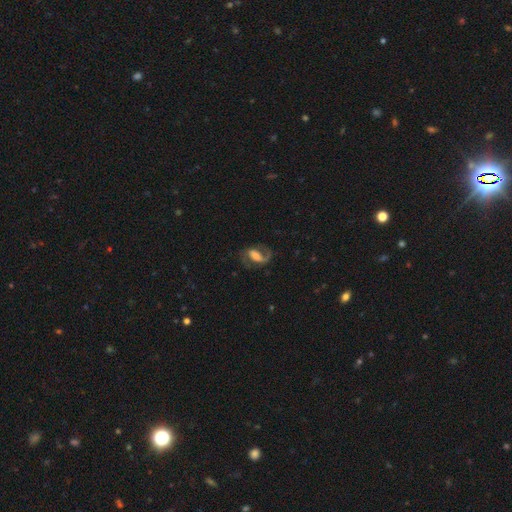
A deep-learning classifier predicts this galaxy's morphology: smooth-or-featured: featured or disk: 75% | smooth: 18% | star or artifact: 7%
  disk-edge-on: no: 96% | yes: 4%
    bar: weak: 40% | strong: 35% | no: 24%
    has-spiral-arms: yes: 92% | no: 8%
      spiral-winding: medium: 49% | loose: 38% | tight: 13%
      spiral-arm-count: 2: 75% | 1: 19% | can't tell: 3% | 3: 1% | 4: 1% | more than 4: 1%
    bulge-size: moderate: 31% | large: 29% | small: 20% | none: 16% | dominant: 4%
  merging: none: 62% | major disturbance: 19% | minor disturbance: 17% | merger: 2%